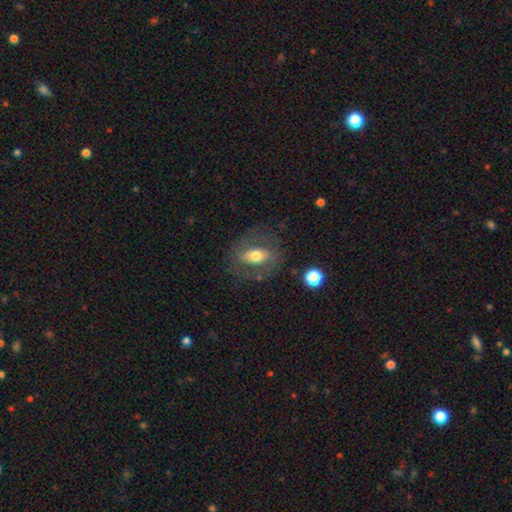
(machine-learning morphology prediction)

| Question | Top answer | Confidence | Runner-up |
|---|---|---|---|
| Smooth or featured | featured or disk | 49% | smooth (43%) |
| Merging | none | 71% | minor disturbance (15%) |